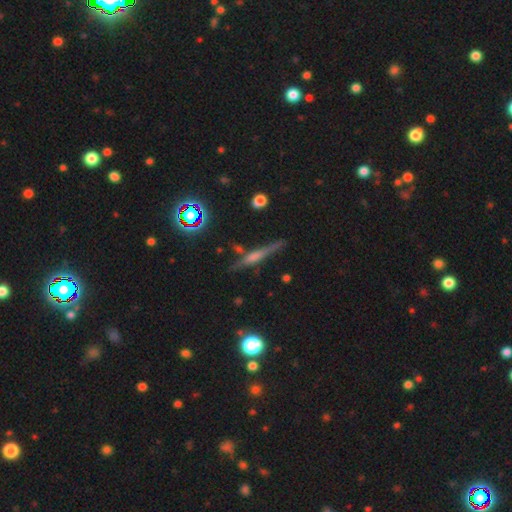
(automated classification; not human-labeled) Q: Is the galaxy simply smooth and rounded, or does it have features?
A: featured or disk — 39%.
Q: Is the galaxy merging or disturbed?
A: none — 71%.